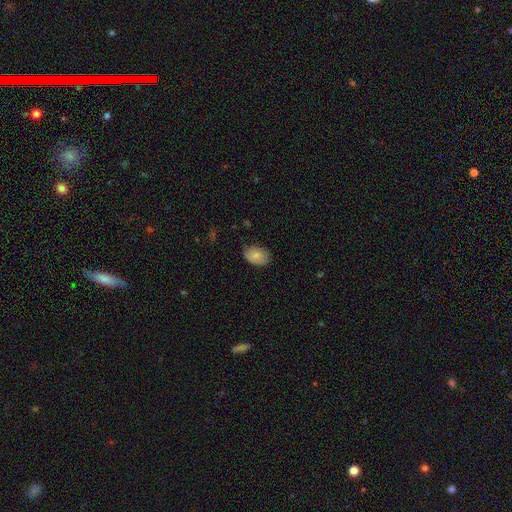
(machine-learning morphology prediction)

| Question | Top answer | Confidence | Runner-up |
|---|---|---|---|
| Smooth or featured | smooth | 80% | featured or disk (13%) |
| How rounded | in between | 83% | round (16%) |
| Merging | none | 74% | minor disturbance (21%) |